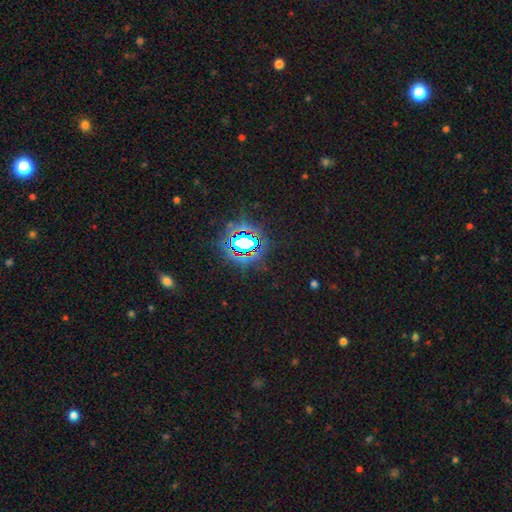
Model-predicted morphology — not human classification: This is clearly a star or artifact rather than a galaxy (82%).